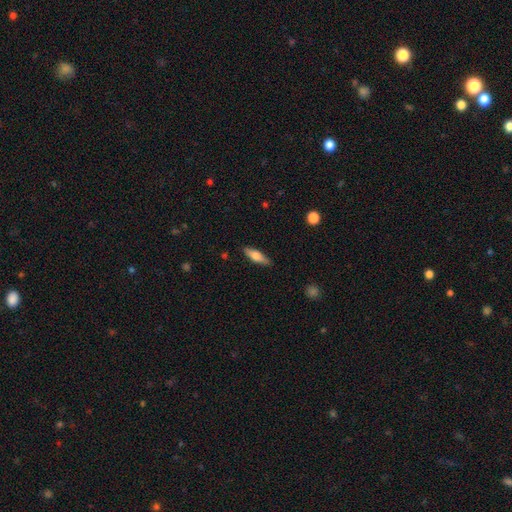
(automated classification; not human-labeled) smooth_or_featured: smooth (p=0.57) [alt: featured or disk p=0.37]
how_rounded: cigar-shaped (p=0.57) [alt: in between p=0.41]
merging: none (p=0.87) [alt: minor disturbance p=0.09]